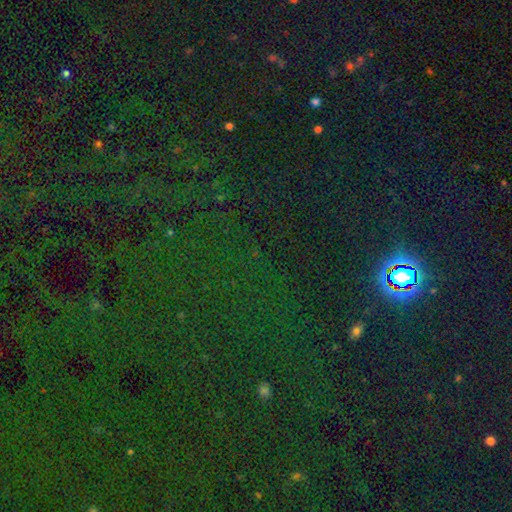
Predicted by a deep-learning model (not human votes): A star or artifact, not a galaxy (83%).

Vote fractions:
- Smooth or featured? star or artifact: 83% / smooth: 10% / featured or disk: 6%